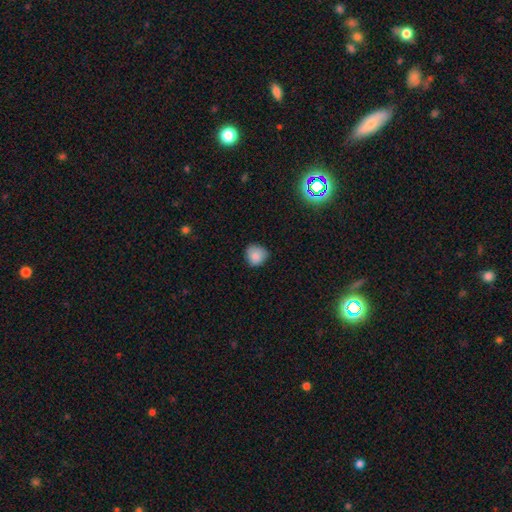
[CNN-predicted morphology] A smooth galaxy with no disk features (85%) that is round (84%). Merging: none (74%).